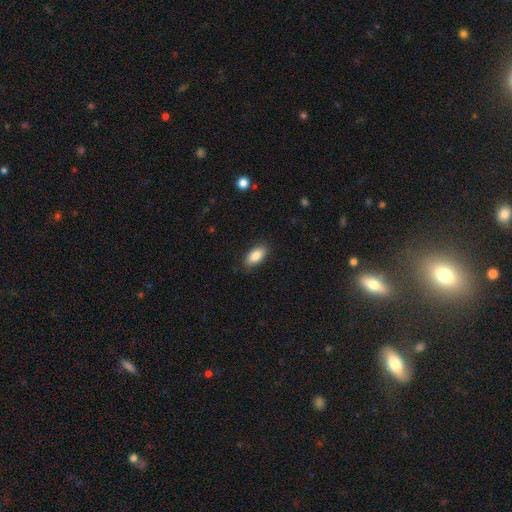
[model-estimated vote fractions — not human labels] Smooth or featured? Predicted: smooth (p=0.85). How rounded? Predicted: in between (p=0.90). Merging? Predicted: none (p=0.87).